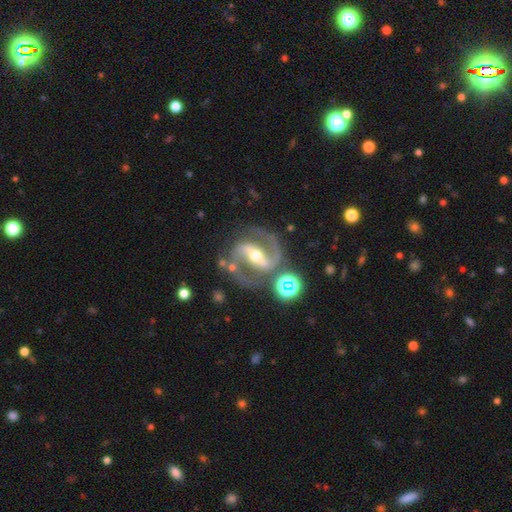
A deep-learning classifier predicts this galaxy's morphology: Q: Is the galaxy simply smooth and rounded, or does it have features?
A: featured or disk — 91%.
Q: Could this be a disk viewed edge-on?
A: no — 97%.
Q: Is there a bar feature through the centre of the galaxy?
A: strong — 67%.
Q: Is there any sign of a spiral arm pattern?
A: yes — 98%.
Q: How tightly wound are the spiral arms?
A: medium — 65%.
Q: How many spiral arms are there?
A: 2 — 94%.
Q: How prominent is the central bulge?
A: moderate — 65%.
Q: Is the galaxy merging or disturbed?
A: none — 77%.